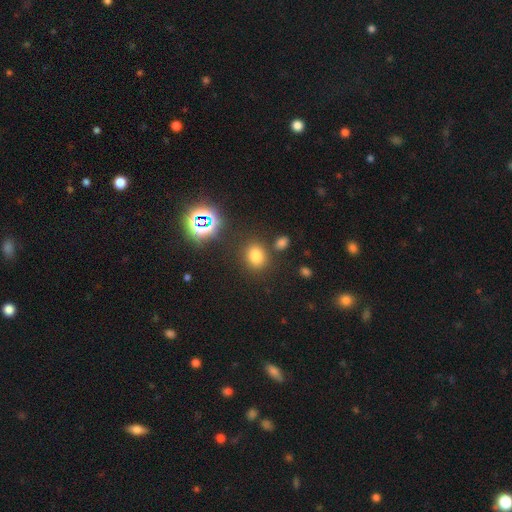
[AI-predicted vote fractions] Smooth or featured: smooth — 72% (star or artifact — 21%)
How rounded: round — 61% (in between — 38%)
Merging: none — 79% (minor disturbance — 10%)